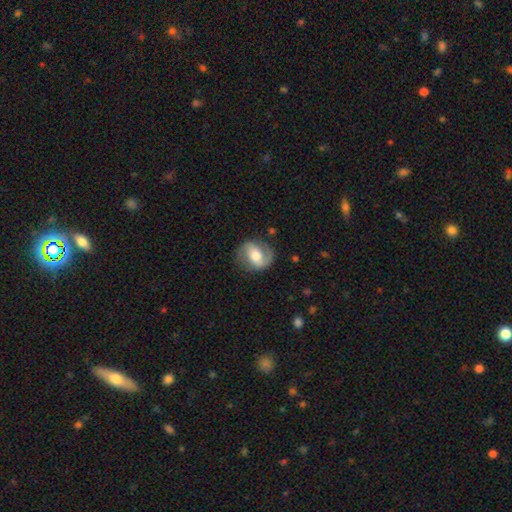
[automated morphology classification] A featured or disk galaxy (66%) with a weak bar (41%), 2 (82%) medium (44%) spiral arms (86%) and a moderate central bulge (67%).

Vote fractions:
- Smooth or featured? featured or disk: 66% / smooth: 28% / star or artifact: 7%
- Edge-on disk? no: 96% / yes: 4%
- Bar? weak: 41% / no: 32% / strong: 27%
- Spiral arms? yes: 86% / no: 14%
- Spiral winding? medium: 44% / loose: 33% / tight: 23%
- Spiral arm count? 2: 82% / 1: 8% / can't tell: 6% / 3: 1% / 4: 1% / more than 4: 1%
- Bulge size? moderate: 67% / large: 17% / small: 13% / dominant: 2% / none: 1%
- Merging? none: 76% / minor disturbance: 16% / major disturbance: 7% / merger: 1%